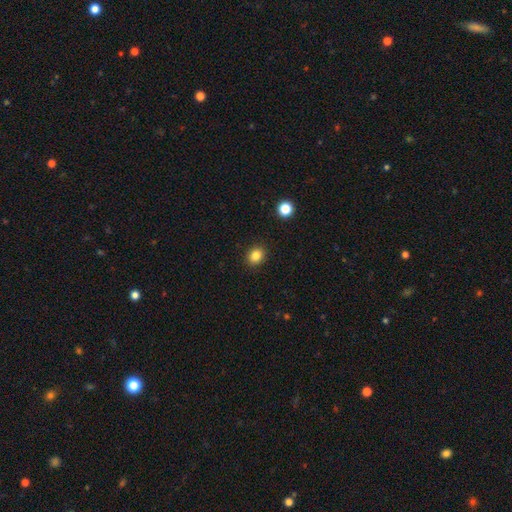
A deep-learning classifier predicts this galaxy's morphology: Smooth or featured?
  - smooth: 84% *
  - star or artifact: 11%
  - featured or disk: 6%
How rounded?
  - round: 57% *
  - in between: 42%
  - cigar-shaped: 1%
Merging?
  - none: 90% *
  - minor disturbance: 7%
  - major disturbance: 2%
  - merger: 1%